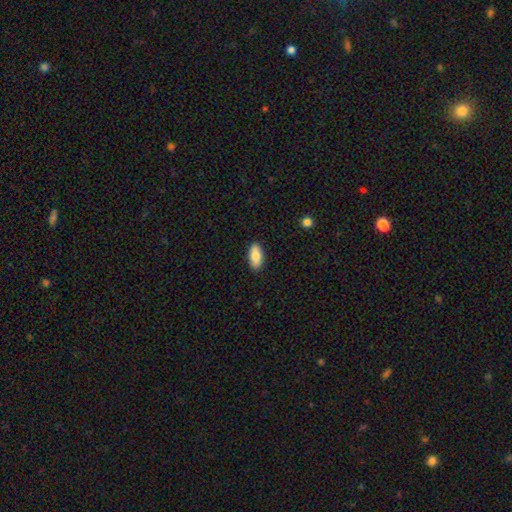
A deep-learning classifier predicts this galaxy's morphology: A smooth galaxy with no disk features (83%) that is in between round and cigar-shaped (89%). Merging: none (89%).